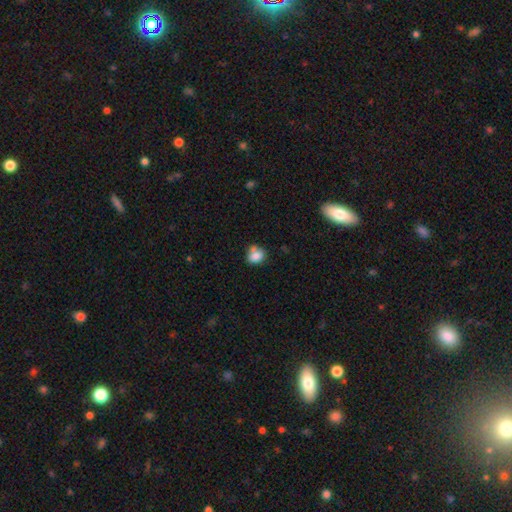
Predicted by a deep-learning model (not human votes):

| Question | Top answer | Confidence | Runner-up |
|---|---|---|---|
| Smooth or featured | smooth | 80% | star or artifact (10%) |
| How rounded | round | 58% | in between (41%) |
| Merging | none | 51% | merger (22%) |